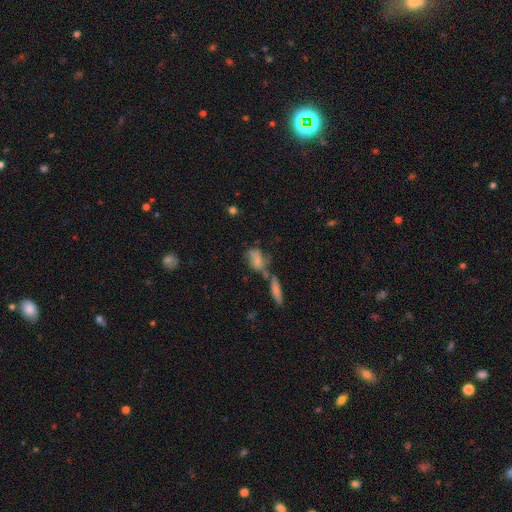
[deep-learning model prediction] smooth-or-featured: featured or disk: 39% | smooth: 38% | star or artifact: 23%
  merging: merger: 43% | none: 37% | minor disturbance: 12% | major disturbance: 8%